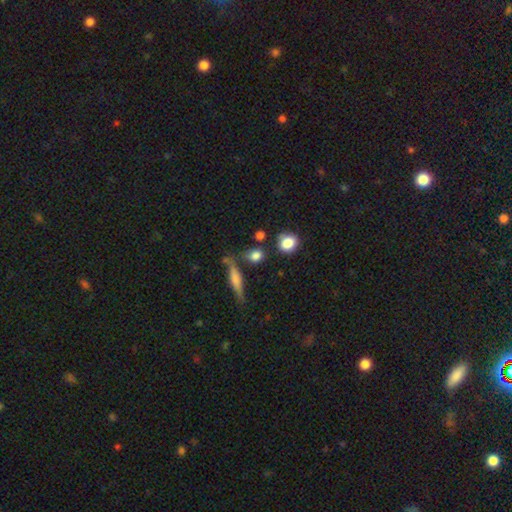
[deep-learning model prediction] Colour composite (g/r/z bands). It shows a smooth galaxy with no disk features (76%) that is round (46%). Merging: none (67%).